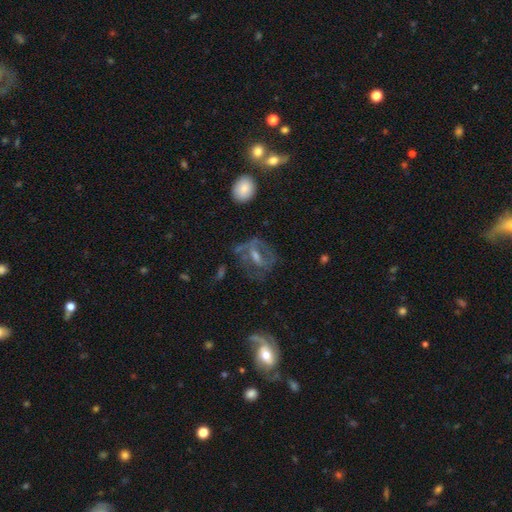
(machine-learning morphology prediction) Smooth or featured?
  - featured or disk: 69% *
  - smooth: 19%
  - star or artifact: 12%
Edge-on disk?
  - no: 92% *
  - yes: 8%
Bar?
  - weak: 40% *
  - strong: 36%
  - no: 24%
Spiral arms?
  - yes: 62% *
  - no: 38%
Bulge size?
  - moderate: 49% *
  - small: 37%
  - none: 8%
  - large: 5%
  - dominant: 1%
Merging?
  - none: 59% *
  - major disturbance: 19%
  - minor disturbance: 18%
  - merger: 4%